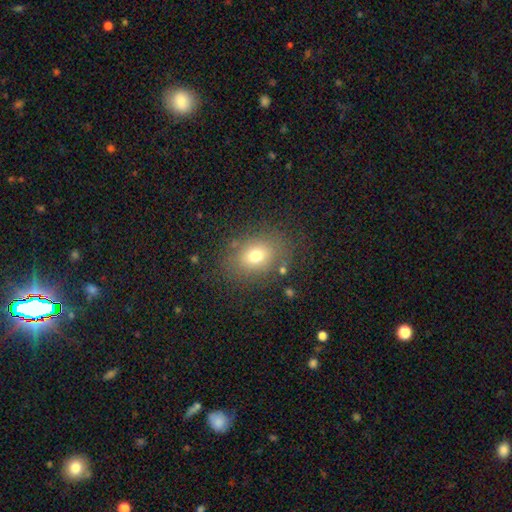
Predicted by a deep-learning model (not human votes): A smooth galaxy with no disk features (72%) that is in between round and cigar-shaped (59%).

Vote fractions:
- Smooth or featured? smooth: 72% / featured or disk: 14% / star or artifact: 13%
- How rounded? in between: 59% / round: 40% / cigar-shaped: 1%
- Merging? none: 77% / minor disturbance: 14% / major disturbance: 6% / merger: 3%